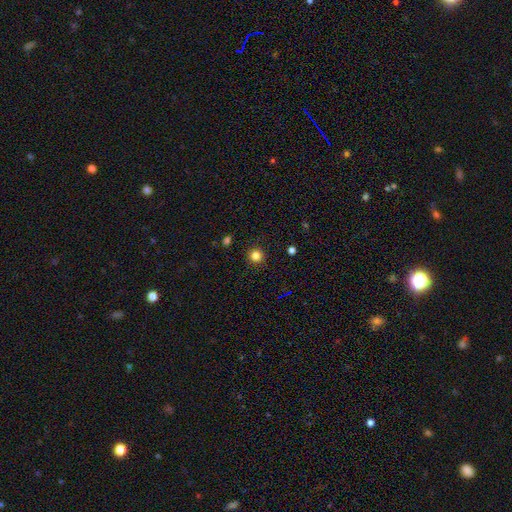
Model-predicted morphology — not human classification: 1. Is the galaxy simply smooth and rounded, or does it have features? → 82% smooth, 14% star or artifact, 4% featured or disk.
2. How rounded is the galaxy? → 95% round, 4% in between, 1% cigar-shaped.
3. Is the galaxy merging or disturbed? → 93% none, 5% minor disturbance, 2% major disturbance, 1% merger.